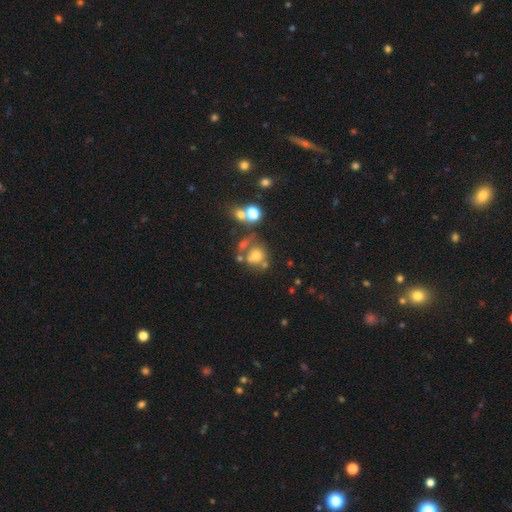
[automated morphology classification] This is likely a smooth galaxy (61%). How rounded: likely round (79%). Merging: marginally none (45%).